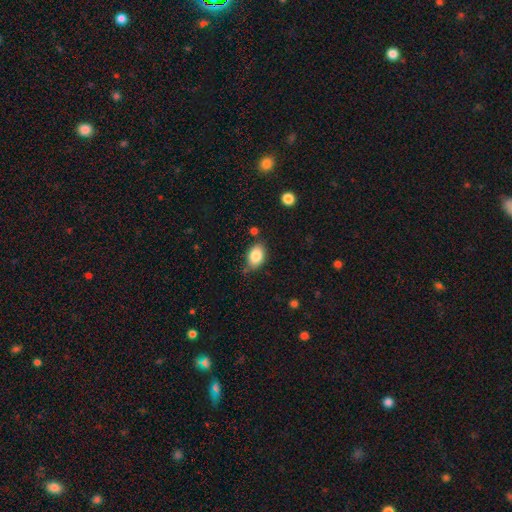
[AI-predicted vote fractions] Overall: smooth (85%). How rounded: in between (86%). Merging: none (73%).